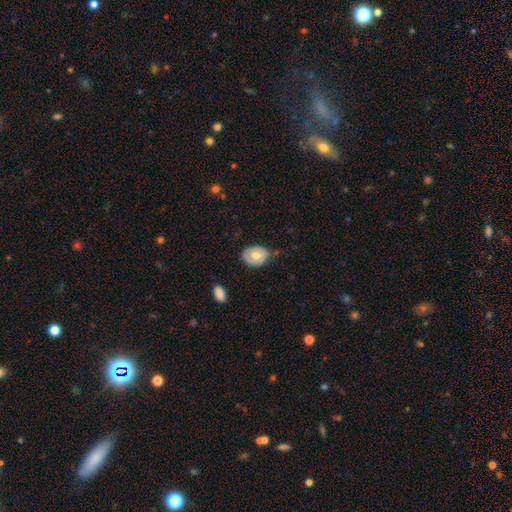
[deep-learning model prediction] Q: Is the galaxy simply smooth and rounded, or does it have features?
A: smooth — 63%.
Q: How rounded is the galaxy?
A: in between — 65%.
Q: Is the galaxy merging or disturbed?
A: none — 72%.